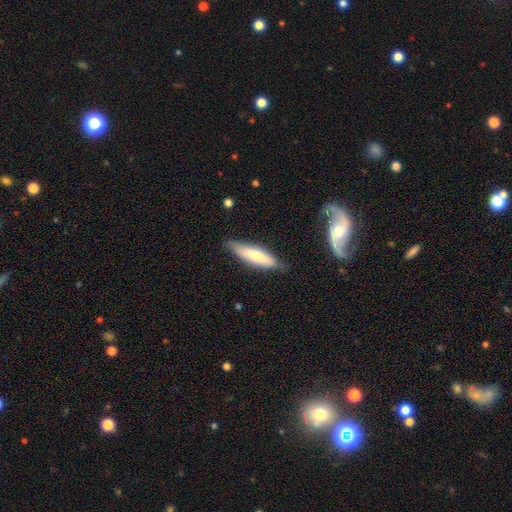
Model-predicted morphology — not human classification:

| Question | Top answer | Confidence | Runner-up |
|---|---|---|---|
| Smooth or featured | smooth | 63% | featured or disk (31%) |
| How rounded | cigar-shaped | 65% | in between (33%) |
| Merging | none | 76% | minor disturbance (19%) |